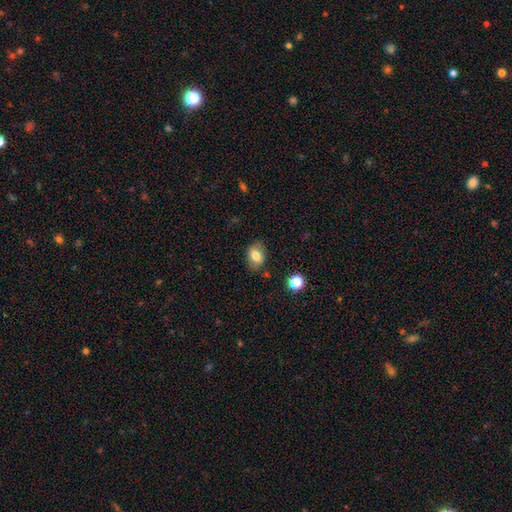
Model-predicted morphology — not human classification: A smooth galaxy with no disk features (77%) that is in between round and cigar-shaped (74%).

Vote fractions:
- Smooth or featured? smooth: 77% / featured or disk: 14% / star or artifact: 9%
- How rounded? in between: 74% / round: 25% / cigar-shaped: 1%
- Merging? none: 80% / minor disturbance: 14% / major disturbance: 3% / merger: 3%